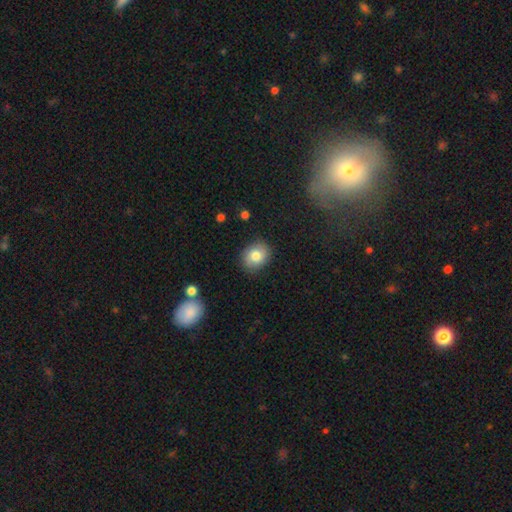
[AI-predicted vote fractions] Smooth or featured? smooth (78%)
How rounded? round (54%)
Merging? none (83%)